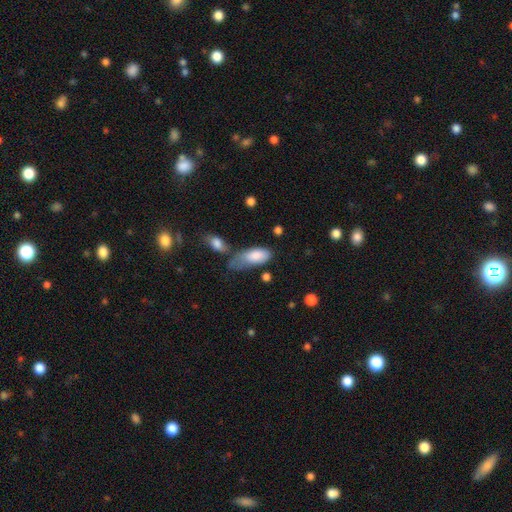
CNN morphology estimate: Smooth or featured: smooth — 82% (featured or disk — 11%)
How rounded: in between — 88% (cigar-shaped — 10%)
Merging: minor disturbance — 33% (none — 27%)